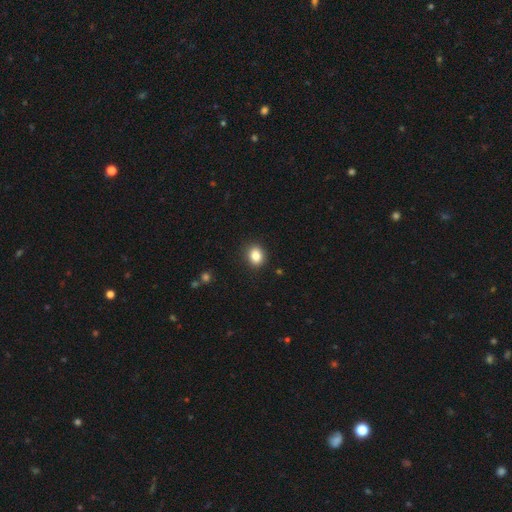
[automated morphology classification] smooth_or_featured: smooth (p=0.85) [alt: star or artifact p=0.10]
how_rounded: round (p=0.54) [alt: in between p=0.45]
merging: none (p=0.89) [alt: minor disturbance p=0.08]